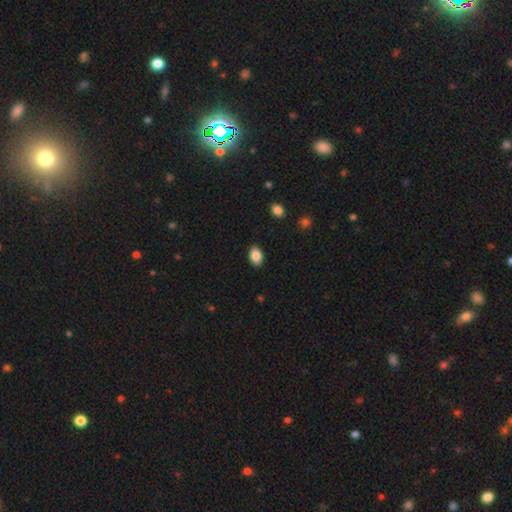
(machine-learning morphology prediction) A smooth galaxy with no disk features (86%) that is in between round and cigar-shaped (89%). Merging: none (88%).